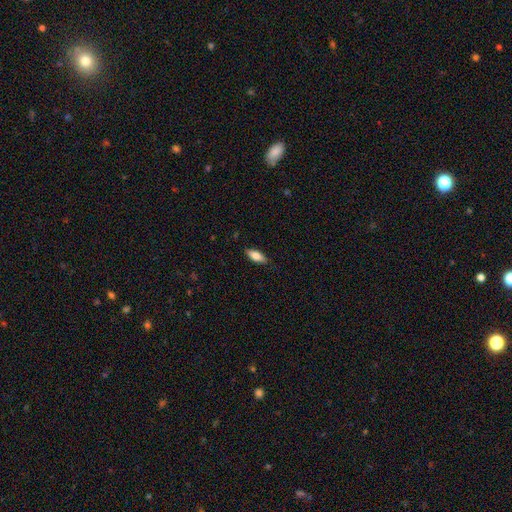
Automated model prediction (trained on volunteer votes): A smooth galaxy with no disk features (78%) that is in between round and cigar-shaped (74%). Merging: none (86%).